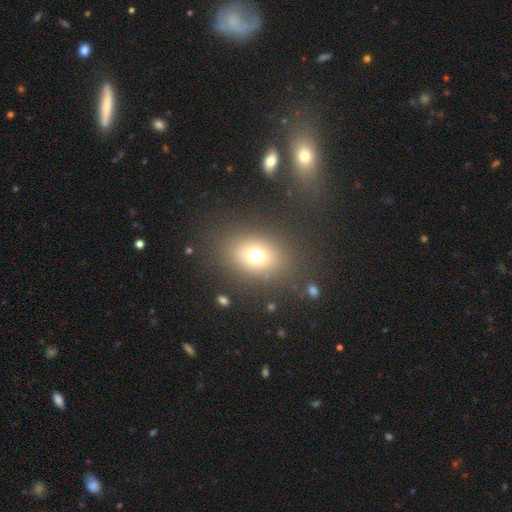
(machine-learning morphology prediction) A smooth galaxy with no disk features (70%) that is in between round and cigar-shaped (52%).

Vote fractions:
- Smooth or featured? smooth: 70% / star or artifact: 17% / featured or disk: 13%
- How rounded? in between: 52% / round: 47% / cigar-shaped: 1%
- Merging? none: 84% / minor disturbance: 8% / major disturbance: 6% / merger: 2%